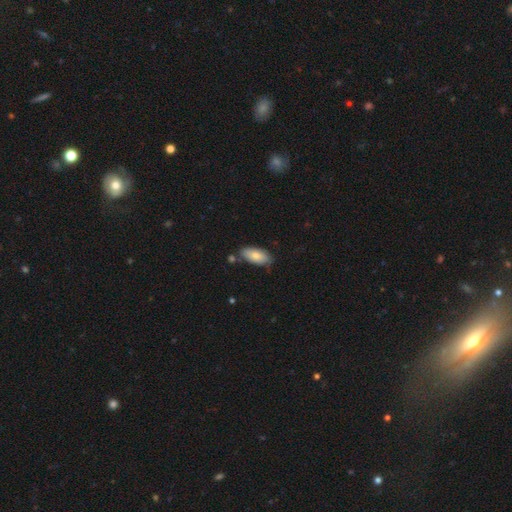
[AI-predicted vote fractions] This appears to be a smooth galaxy with no disk features (80%) that is in between round and cigar-shaped (89%). Merging: none (73%).